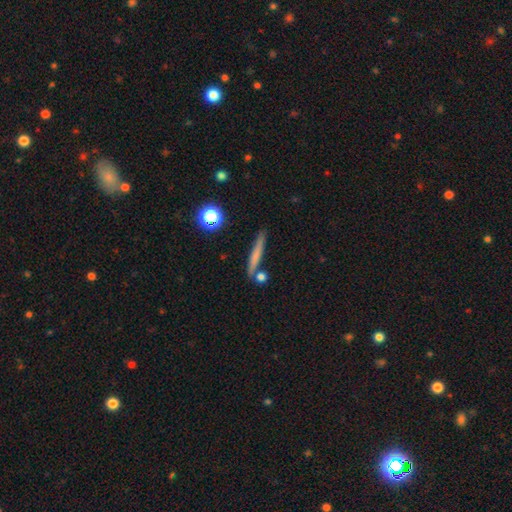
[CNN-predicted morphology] Overall: smooth (63%; featured or disk 28%). How rounded: cigar-shaped (92%). Merging: none (81%).